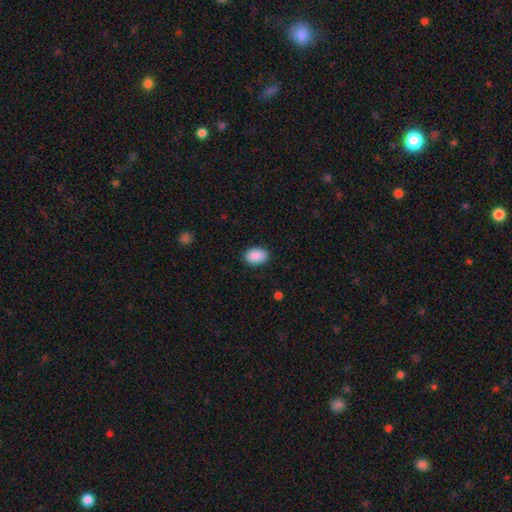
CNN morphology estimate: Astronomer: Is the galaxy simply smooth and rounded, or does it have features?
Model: smooth — 90%.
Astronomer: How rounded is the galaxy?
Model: in between — 83%.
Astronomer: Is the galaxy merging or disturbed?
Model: none — 88%.